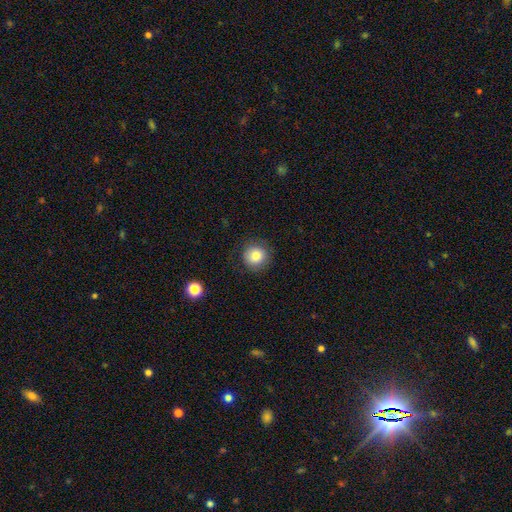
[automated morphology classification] Overall: smooth (81%). How rounded: round (93%). Merging: none (85%).